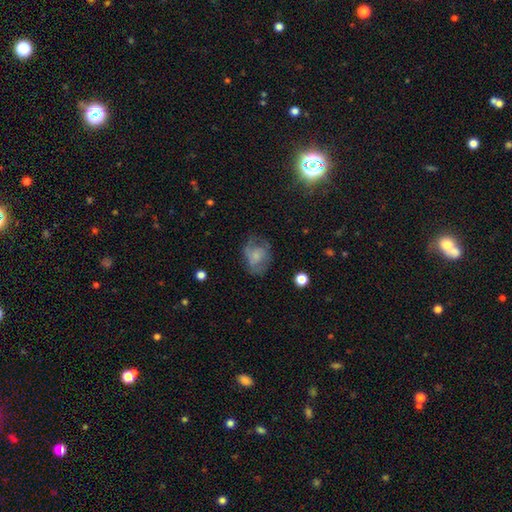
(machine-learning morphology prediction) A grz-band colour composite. It shows a smooth galaxy with no disk features (54%) that is in between round and cigar-shaped (57%). Merging: none (49%).